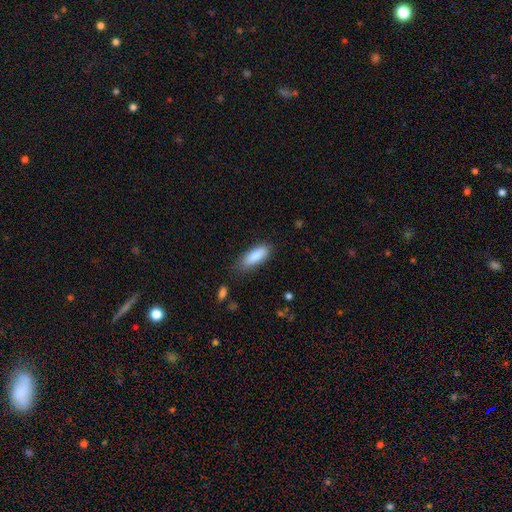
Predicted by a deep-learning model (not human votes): Smooth or featured: smooth — 85% (featured or disk — 8%)
How rounded: in between — 69% (cigar-shaped — 29%)
Merging: none — 74% (minor disturbance — 20%)